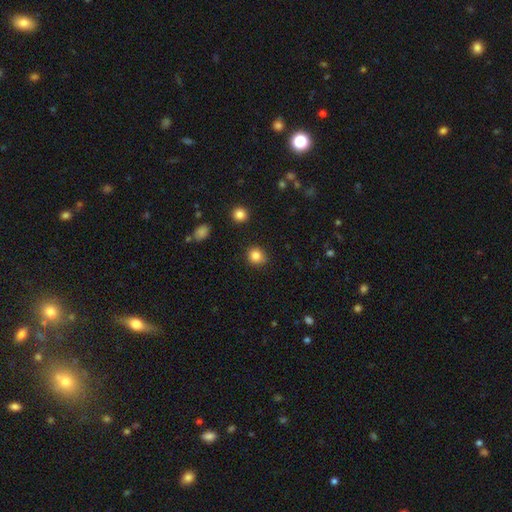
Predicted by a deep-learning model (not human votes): Q: Smooth or featured?
A: smooth (84%); runner-up: star or artifact (11%)
Q: How rounded?
A: round (80%); runner-up: in between (19%)
Q: Merging?
A: none (82%); runner-up: minor disturbance (13%)